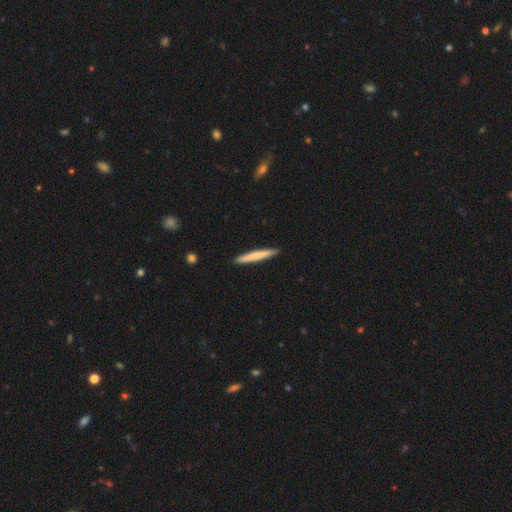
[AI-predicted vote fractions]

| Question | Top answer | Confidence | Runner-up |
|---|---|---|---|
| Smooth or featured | smooth | 69% | featured or disk (26%) |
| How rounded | cigar-shaped | 96% | in between (3%) |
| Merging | none | 92% | minor disturbance (6%) |